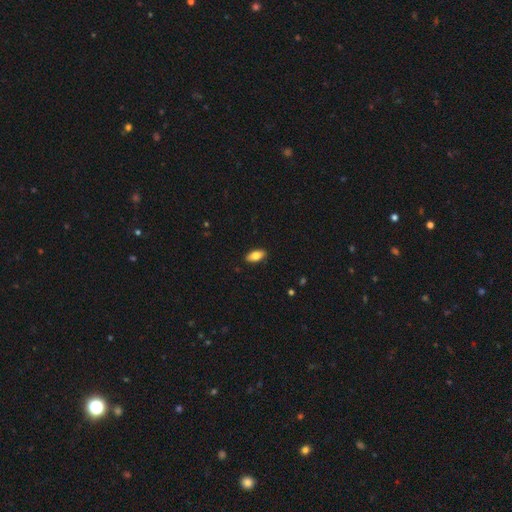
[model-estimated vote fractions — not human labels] The model was most divided on "smooth or featured": smooth: 77%, featured or disk: 16%, star or artifact: 7%. More confident: merging — none (89%); how rounded — in between (87%).